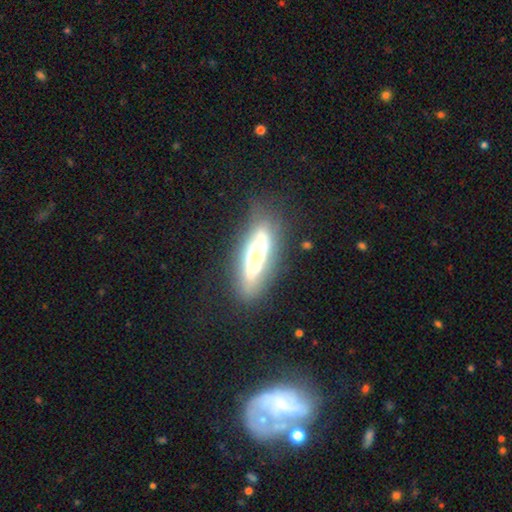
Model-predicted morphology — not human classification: Smooth or featured? featured or disk (53%)
Edge-on disk? yes (51%)
Merging? none (62%)